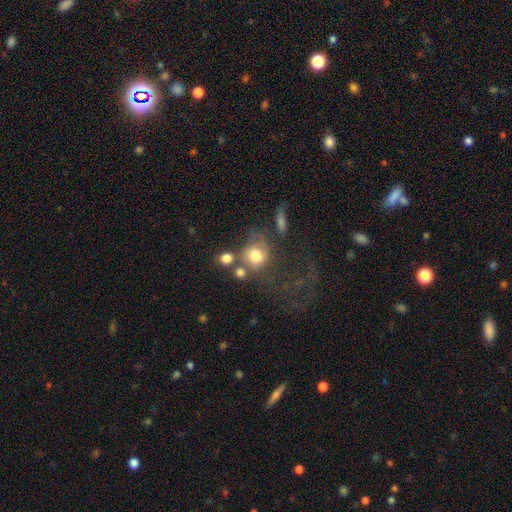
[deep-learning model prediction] Q: Smooth or featured?
A: smooth (71%); runner-up: featured or disk (18%)
Q: How rounded?
A: round (77%); runner-up: in between (22%)
Q: Merging?
A: none (37%); runner-up: merger (26%)